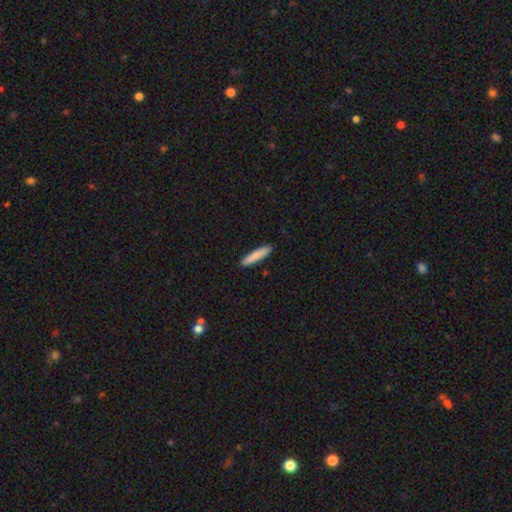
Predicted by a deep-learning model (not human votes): Morphology: type=smooth (85%); roundness=cigar-shaped (91%); merging=none (91%).